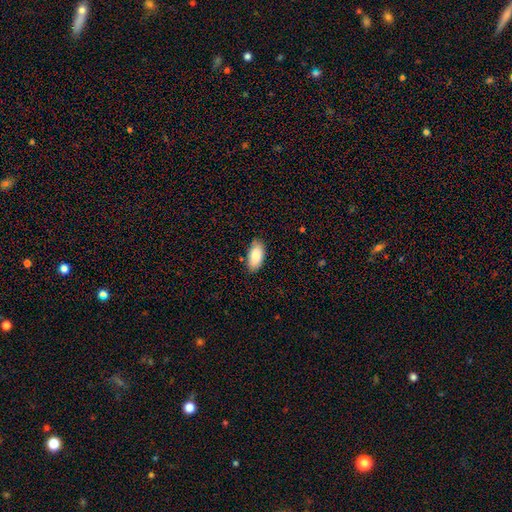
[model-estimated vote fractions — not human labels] Overall: smooth (87%). How rounded: in between (93%). Merging: none (85%).